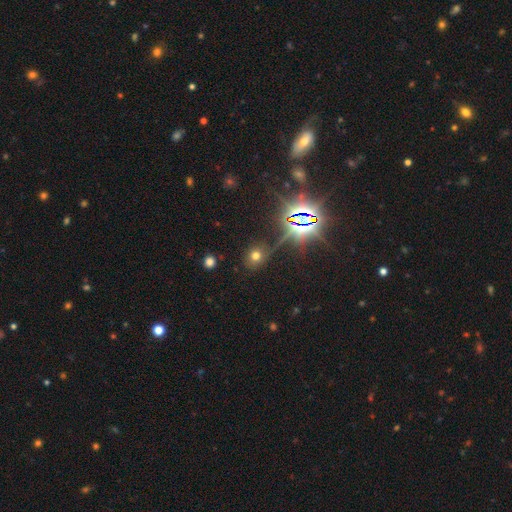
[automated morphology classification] The model was most divided on "smooth or featured": smooth: 57%, star or artifact: 34%, featured or disk: 10%. More confident: merging — none (78%); how rounded — round (68%).